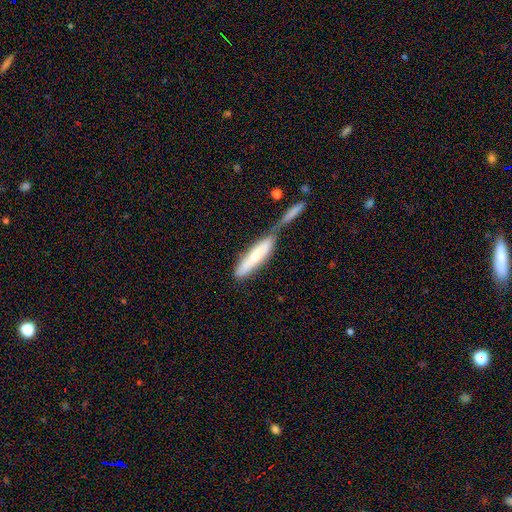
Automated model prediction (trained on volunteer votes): smooth_or_featured: smooth (p=0.62) [alt: featured or disk p=0.33]
how_rounded: cigar-shaped (p=0.77) [alt: in between p=0.21]
merging: merger (p=0.49) [alt: none p=0.29]